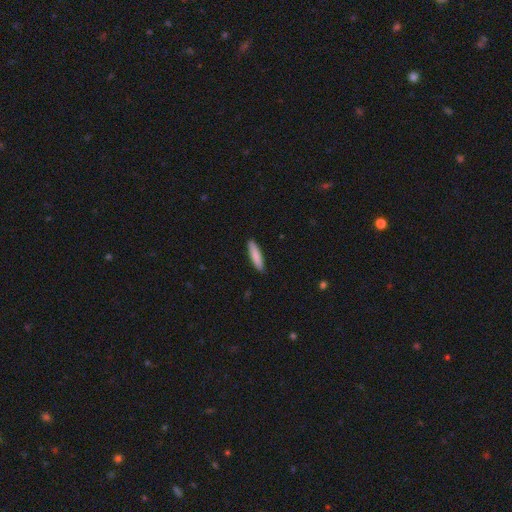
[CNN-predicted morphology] Smooth or featured? smooth (86%)
How rounded? cigar-shaped (80%)
Merging? none (90%)